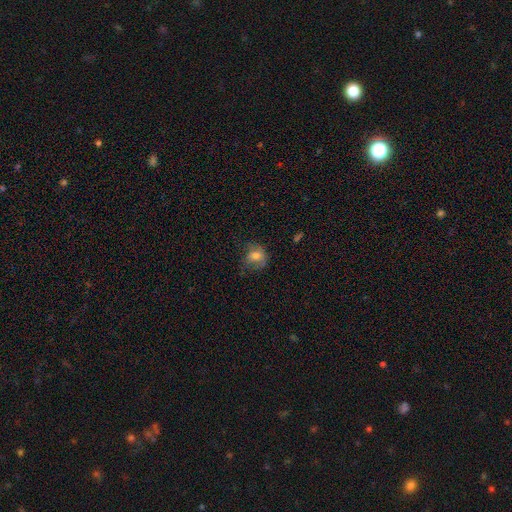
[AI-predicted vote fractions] Smooth or featured? smooth (71%)
How rounded? round (60%)
Merging? none (55%)